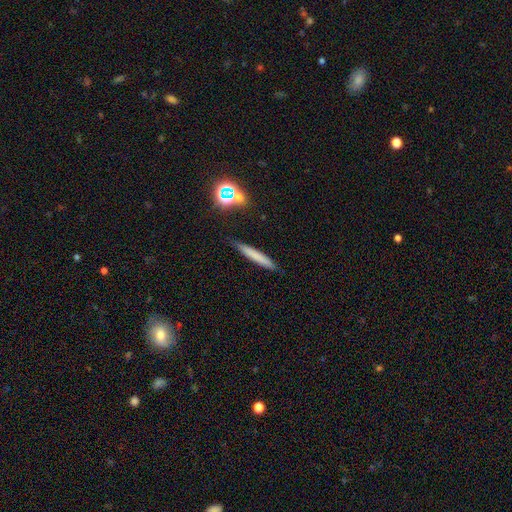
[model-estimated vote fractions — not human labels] This appears to be a smooth galaxy with no disk features (68%) that is cigar-shaped (94%). Merging: none (86%).